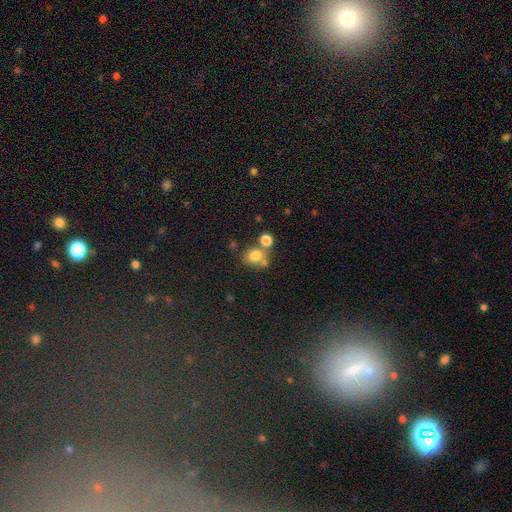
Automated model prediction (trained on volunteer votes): Smooth or featured? smooth (78%)
How rounded? round (68%)
Merging? none (50%)